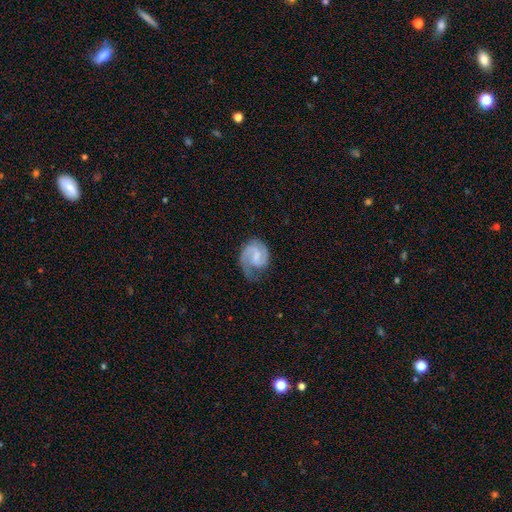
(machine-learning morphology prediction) Smooth or featured? featured or disk (80%)
Edge-on disk? no (98%)
Bar? weak (55%)
Spiral arms? yes (96%)
Spiral winding? medium (49%)
Spiral arm count? 2 (74%)
Bulge size? small (38%)
Merging? none (58%)